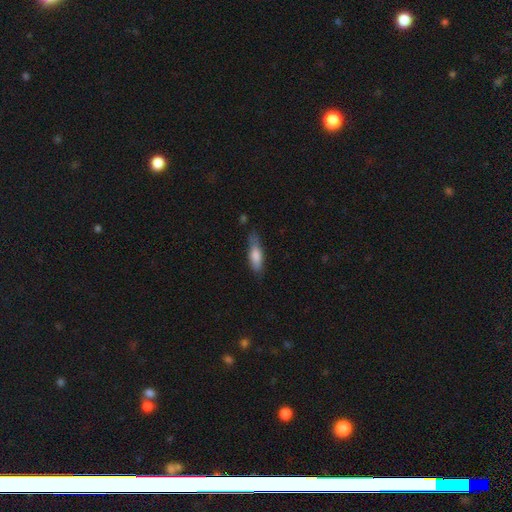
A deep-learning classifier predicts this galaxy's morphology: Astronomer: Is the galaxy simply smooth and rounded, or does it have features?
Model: smooth — 77%.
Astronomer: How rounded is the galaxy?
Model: cigar-shaped — 53% (runner-up: in between, 45%).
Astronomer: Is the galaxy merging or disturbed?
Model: none — 65%.